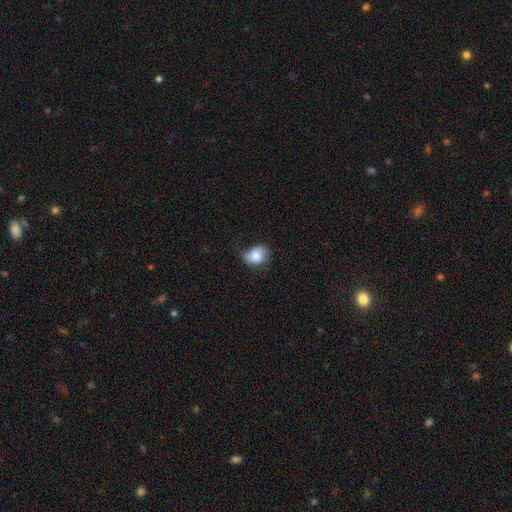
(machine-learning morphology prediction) smooth 80%, featured or disk 12%, star or artifact 8%. Down the decision tree: how rounded — in between (56%); merging — minor disturbance (39%, tied with none).